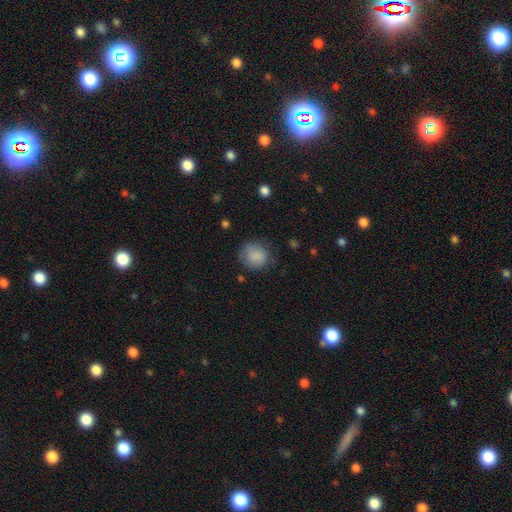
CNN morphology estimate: type=smooth (83%); roundness=round (82%); merging=none (71%).